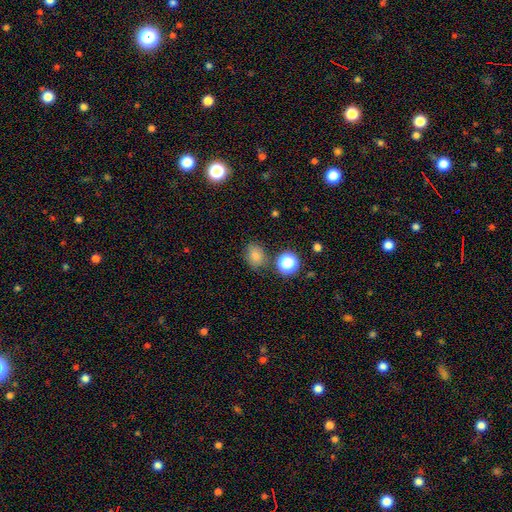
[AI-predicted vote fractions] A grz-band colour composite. It shows a smooth galaxy with no disk features (79%) that is in between round and cigar-shaped (50%). Merging: none (76%).